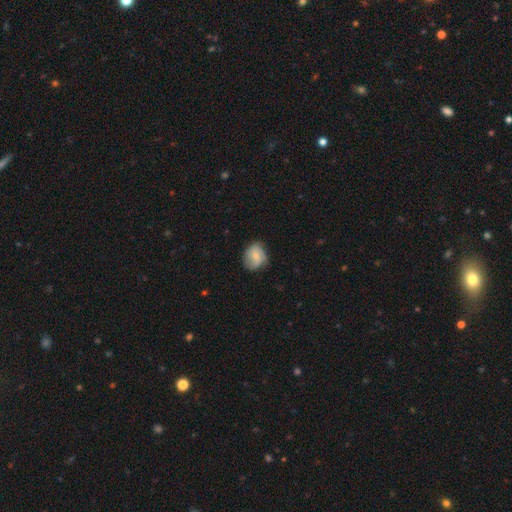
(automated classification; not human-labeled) A smooth galaxy with no disk features (54%) that is round (59%).

Vote fractions:
- Smooth or featured? smooth: 54% / featured or disk: 39% / star or artifact: 7%
- How rounded? round: 59% / in between: 40% / cigar-shaped: 1%
- Merging? none: 60% / minor disturbance: 29% / major disturbance: 9% / merger: 1%